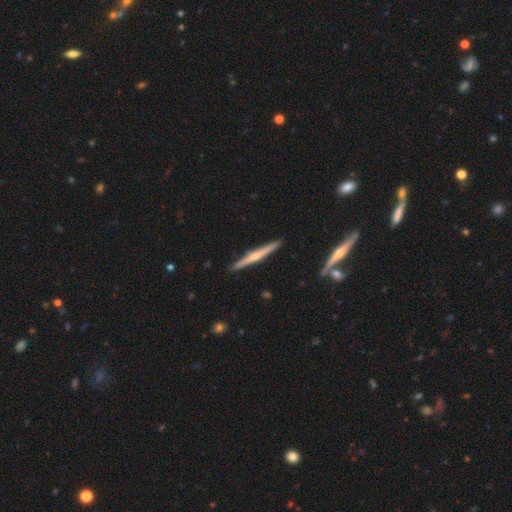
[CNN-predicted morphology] Q: Smooth or featured?
A: featured or disk (71%); runner-up: smooth (23%)
Q: Edge-on disk?
A: yes (98%); runner-up: no (2%)
Q: Edge-on bulge?
A: rounded (79%); runner-up: none (16%)
Q: Merging?
A: none (91%); runner-up: minor disturbance (6%)